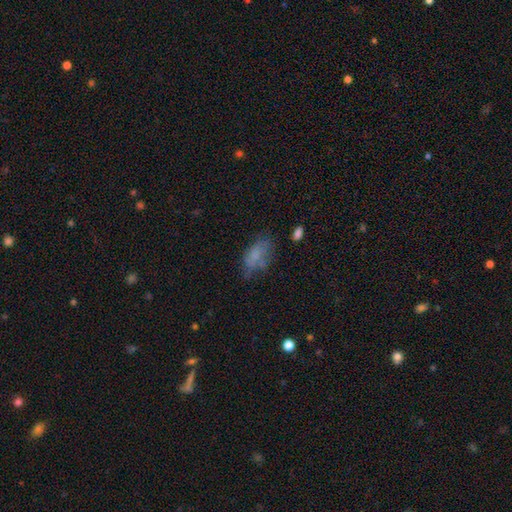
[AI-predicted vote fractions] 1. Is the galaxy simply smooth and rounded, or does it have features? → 64% smooth, 23% featured or disk, 12% star or artifact.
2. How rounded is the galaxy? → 88% in between, 6% cigar-shaped, 6% round.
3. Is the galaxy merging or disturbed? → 48% none, 28% minor disturbance, 19% major disturbance, 6% merger.